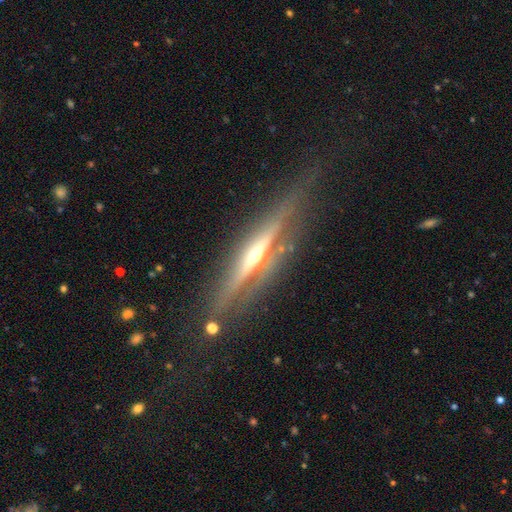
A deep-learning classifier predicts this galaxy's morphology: Overall: featured or disk (82%). Edge-on disk: yes (95%). Edge-on bulge: rounded (83%). Merging: none (75%).